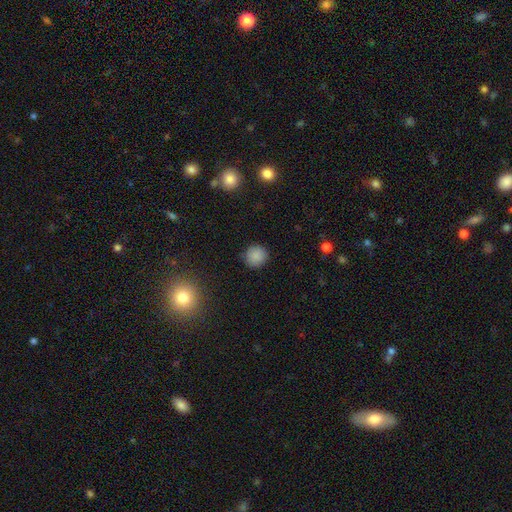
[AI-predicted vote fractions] This appears to be a smooth galaxy with no disk features (85%) that is round (91%). Merging: none (88%).